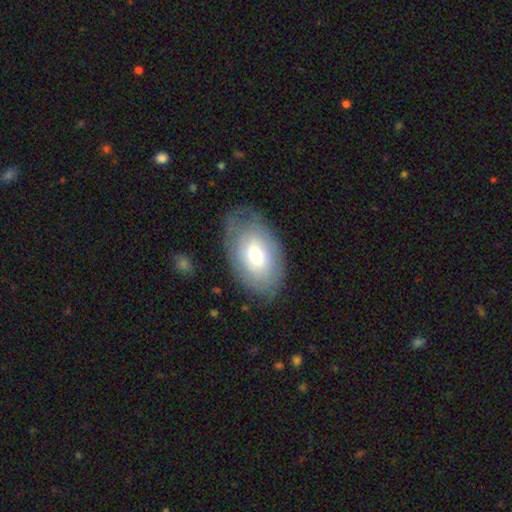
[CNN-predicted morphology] Smooth or featured? Predicted: smooth (p=0.61). How rounded? Predicted: in between (p=0.91). Merging? Predicted: none (p=0.71).